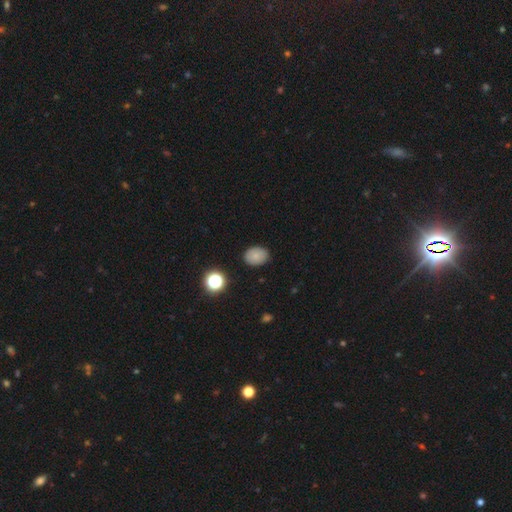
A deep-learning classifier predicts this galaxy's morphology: smooth-or-featured: smooth: 82% | star or artifact: 11% | featured or disk: 7%
  how-rounded: in between: 65% | round: 34% | cigar-shaped: 1%
  merging: none: 86% | minor disturbance: 10% | major disturbance: 2% | merger: 1%